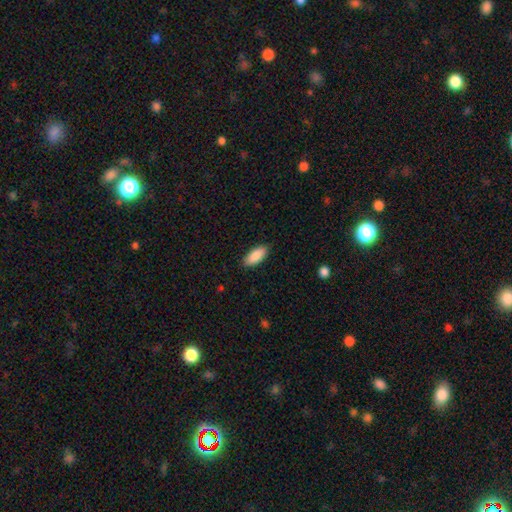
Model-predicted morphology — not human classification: This appears to be a smooth galaxy with no disk features (88%) that is in between round and cigar-shaped (85%). Merging: none (88%).